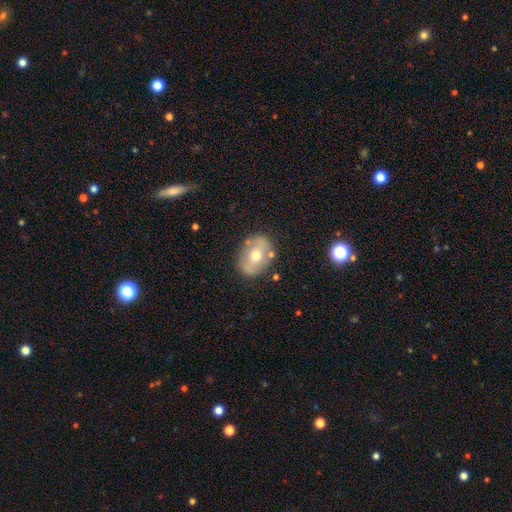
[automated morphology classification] Overall: featured or disk (48%; smooth 44%). Merging: none (79%).